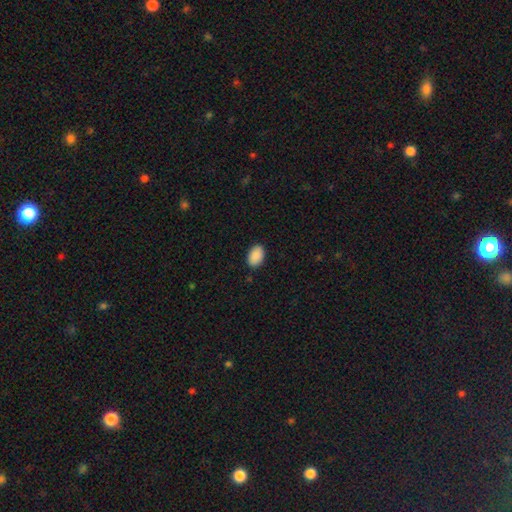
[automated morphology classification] Smooth or featured? Predicted: smooth (p=0.91). How rounded? Predicted: in between (p=0.88). Merging? Predicted: none (p=0.88).